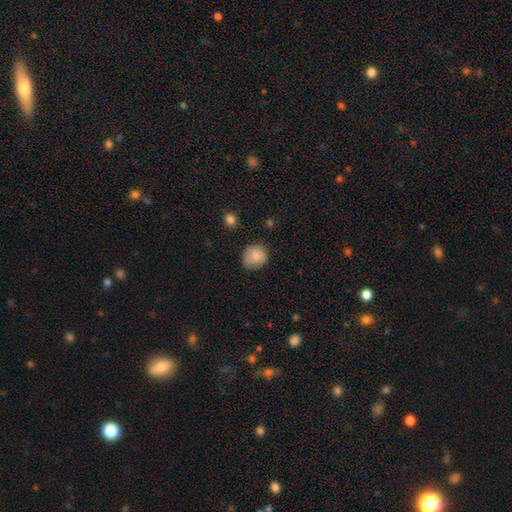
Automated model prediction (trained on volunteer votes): This is clearly a smooth galaxy (83%). How rounded: clearly round (80%). Merging: likely none (73%).